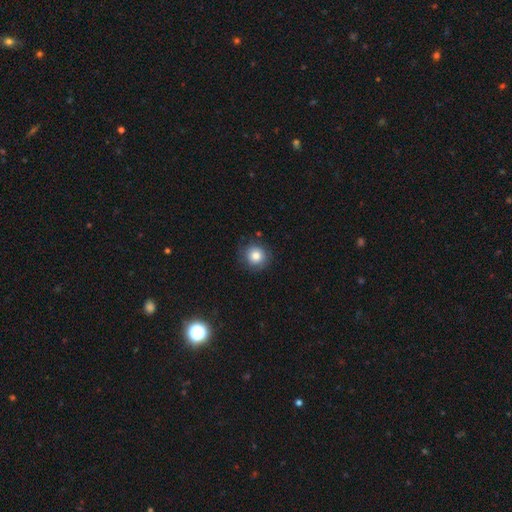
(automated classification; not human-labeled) Smooth or featured: smooth — 81% (star or artifact — 10%)
How rounded: round — 92% (in between — 7%)
Merging: none — 83% (minor disturbance — 12%)